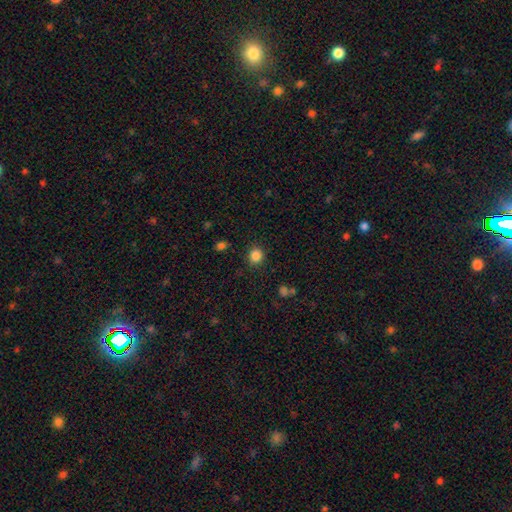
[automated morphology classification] Smooth or featured: smooth — 85% (star or artifact — 12%)
How rounded: round — 87% (in between — 12%)
Merging: none — 89% (minor disturbance — 7%)